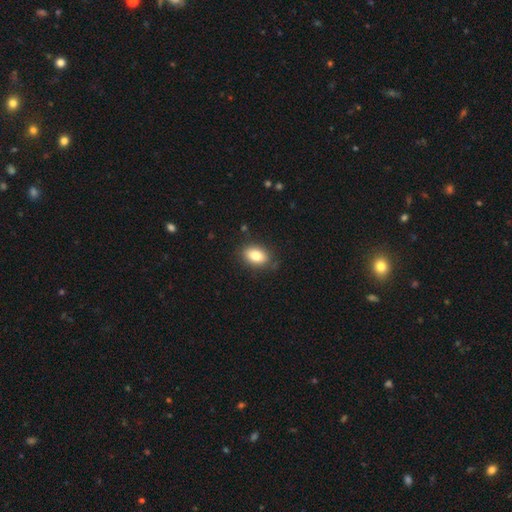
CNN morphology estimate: The model was most divided on "how rounded": in between: 84%, round: 14%, cigar-shaped: 2%. More confident: merging — none (84%); smooth or featured — smooth (82%).